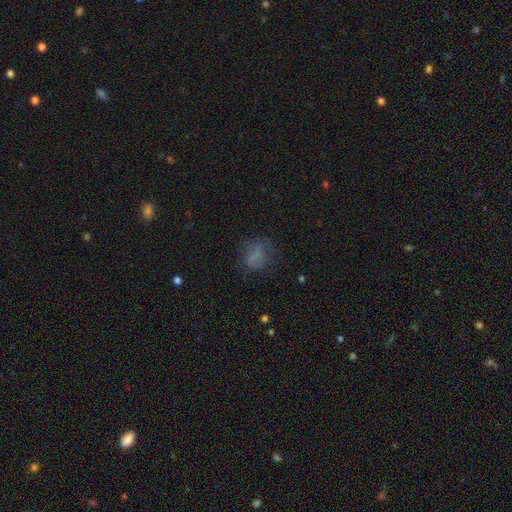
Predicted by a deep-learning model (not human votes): Smooth or featured? smooth (64%)
How rounded? round (54%)
Merging? none (55%)